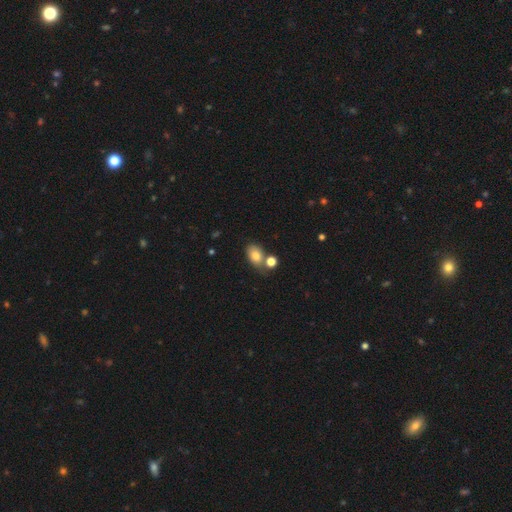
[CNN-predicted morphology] type=smooth (80%); roundness=in between (80%); merging=none (53%).